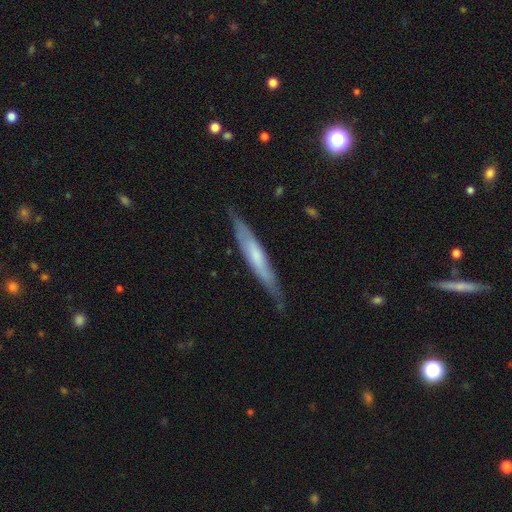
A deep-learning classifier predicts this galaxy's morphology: featured or disk 51%, smooth 43%, star or artifact 6%. Down the decision tree: edge-on disk — yes (81%); merging — none (77%).